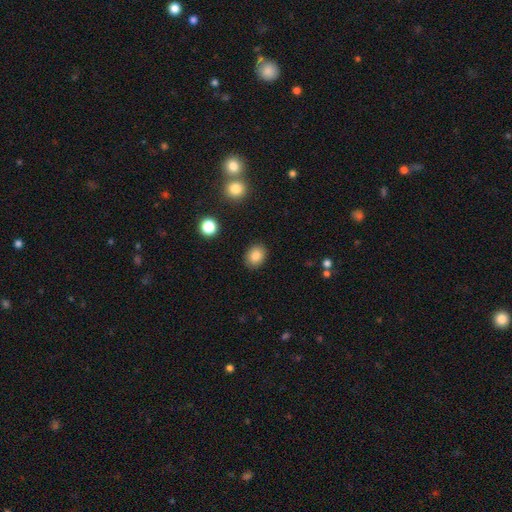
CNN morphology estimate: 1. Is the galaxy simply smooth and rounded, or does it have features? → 85% smooth, 10% star or artifact, 6% featured or disk.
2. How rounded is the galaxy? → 51% in between, 48% round, 1% cigar-shaped.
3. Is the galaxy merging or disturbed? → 89% none, 8% minor disturbance, 2% major disturbance, 1% merger.